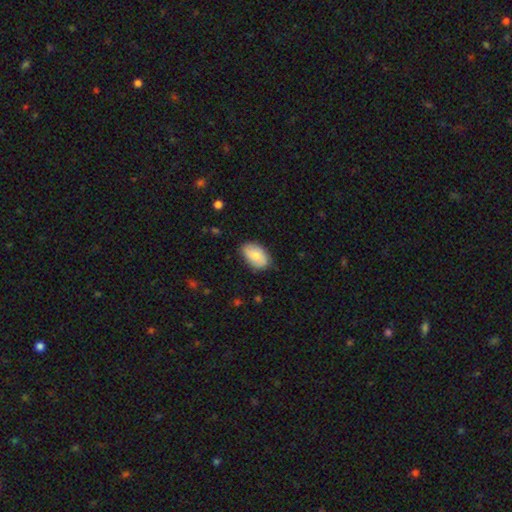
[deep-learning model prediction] This is clearly a smooth galaxy (81%). How rounded: clearly in between (93%). Merging: likely none (78%).